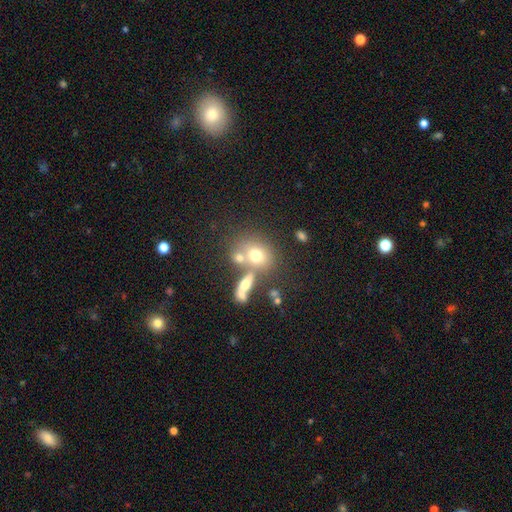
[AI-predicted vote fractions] Smooth or featured?
  - smooth: 68% *
  - featured or disk: 20%
  - star or artifact: 13%
How rounded?
  - round: 57% *
  - in between: 41%
  - cigar-shaped: 2%
Merging?
  - none: 46% *
  - merger: 36%
  - minor disturbance: 11%
  - major disturbance: 7%